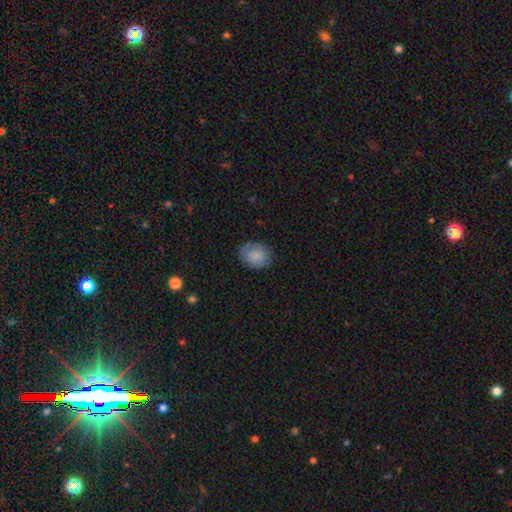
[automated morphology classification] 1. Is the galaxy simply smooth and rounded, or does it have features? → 83% smooth, 9% featured or disk, 7% star or artifact.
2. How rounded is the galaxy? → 63% in between, 36% round, 1% cigar-shaped.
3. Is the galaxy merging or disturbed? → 80% none, 15% minor disturbance, 4% major disturbance, 1% merger.